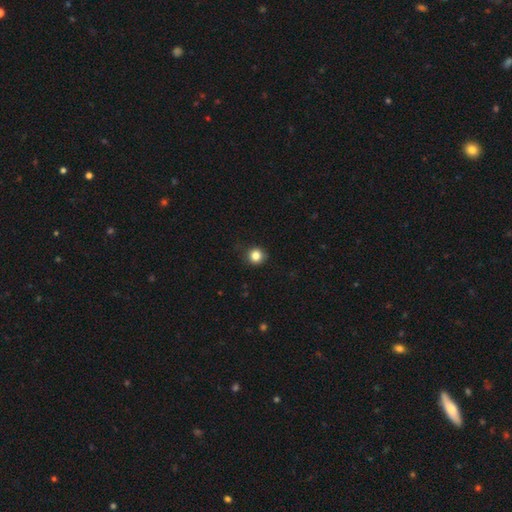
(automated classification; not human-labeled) The model was most divided on "smooth or featured": smooth: 84%, star or artifact: 11%, featured or disk: 4%. More confident: how rounded — round (90%); merging — none (85%).